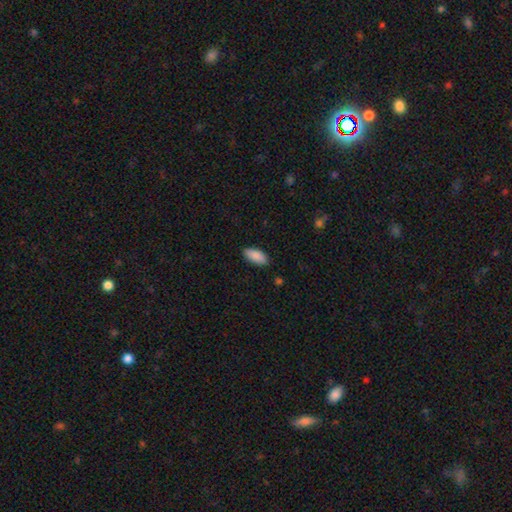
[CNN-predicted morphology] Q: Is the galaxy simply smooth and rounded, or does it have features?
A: smooth — 90%.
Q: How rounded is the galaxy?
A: in between — 87%.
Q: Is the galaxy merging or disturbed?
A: none — 87%.